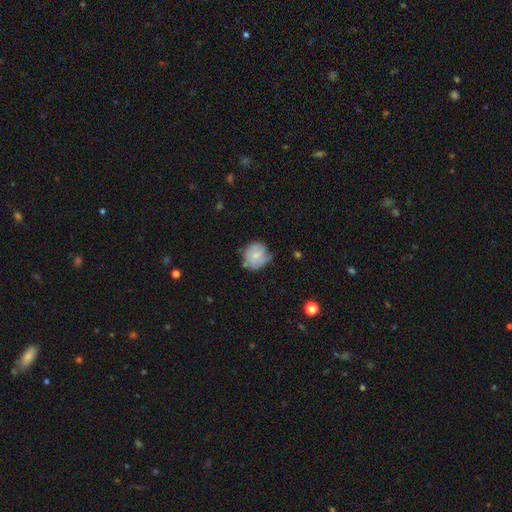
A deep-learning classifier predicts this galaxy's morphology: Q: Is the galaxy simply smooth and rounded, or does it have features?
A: smooth — 55%.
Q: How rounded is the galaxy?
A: round — 83%.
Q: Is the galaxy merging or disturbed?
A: none — 59%.